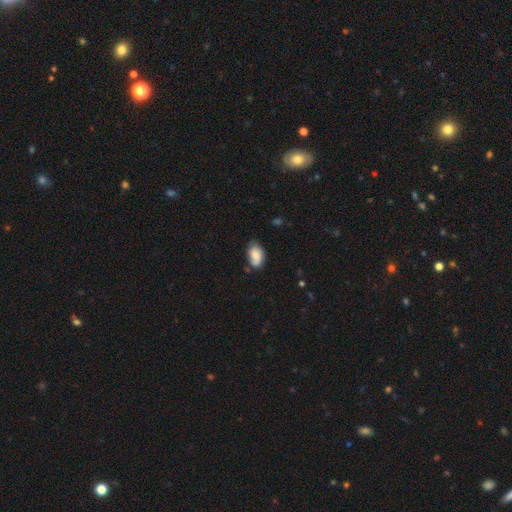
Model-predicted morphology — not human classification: smooth_or_featured: smooth (p=0.73) [alt: featured or disk p=0.19]
how_rounded: in between (p=0.88) [alt: round p=0.10]
merging: none (p=0.54) [alt: minor disturbance p=0.32]